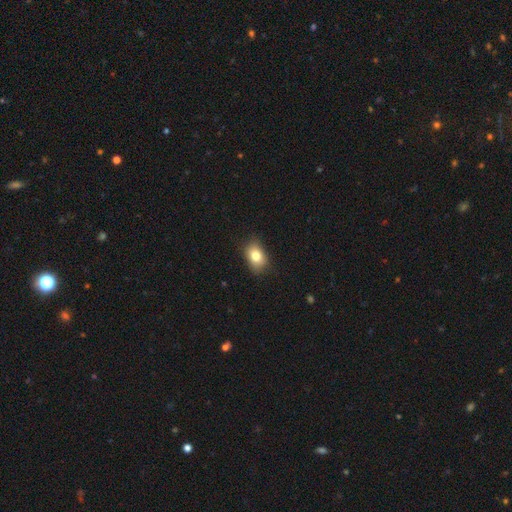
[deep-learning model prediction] Morphology: type=smooth (80%); roundness=in between (77%); merging=none (83%).